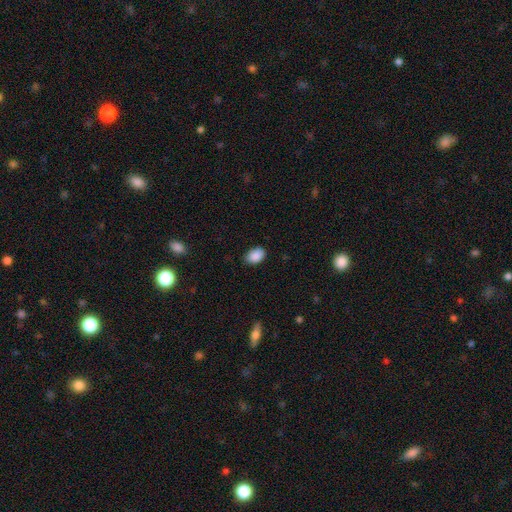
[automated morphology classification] smooth_or_featured: smooth (p=0.89) [alt: star or artifact p=0.08]
how_rounded: in between (p=0.84) [alt: round p=0.15]
merging: none (p=0.81) [alt: minor disturbance p=0.16]